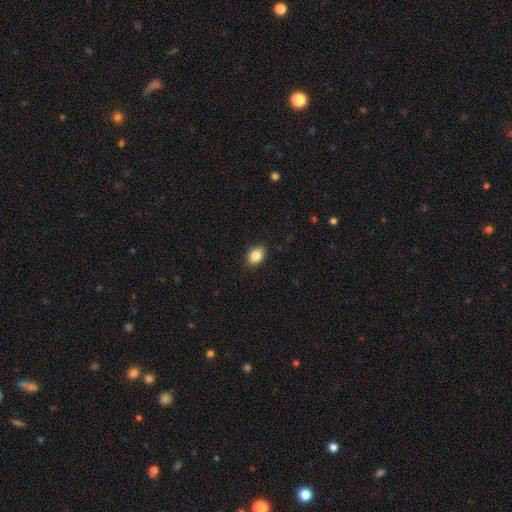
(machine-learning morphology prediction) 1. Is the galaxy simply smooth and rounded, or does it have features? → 86% smooth, 9% star or artifact, 5% featured or disk.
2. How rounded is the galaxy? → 67% in between, 32% round, 1% cigar-shaped.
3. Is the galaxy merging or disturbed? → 87% none, 10% minor disturbance, 2% major disturbance, 1% merger.